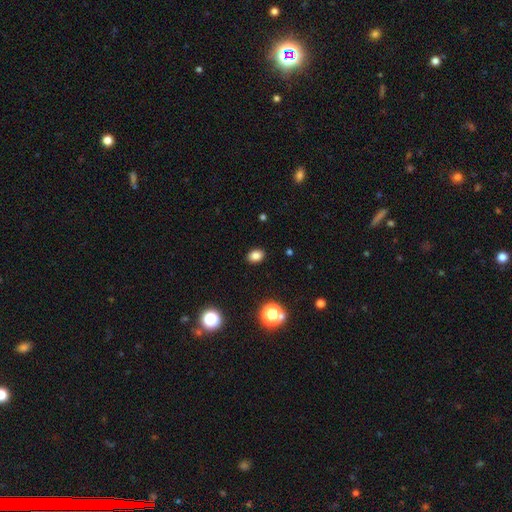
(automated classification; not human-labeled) Smooth or featured?
  - smooth: 82% *
  - star or artifact: 13%
  - featured or disk: 6%
How rounded?
  - in between: 68% *
  - round: 31%
  - cigar-shaped: 1%
Merging?
  - none: 89% *
  - minor disturbance: 7%
  - major disturbance: 2%
  - merger: 1%